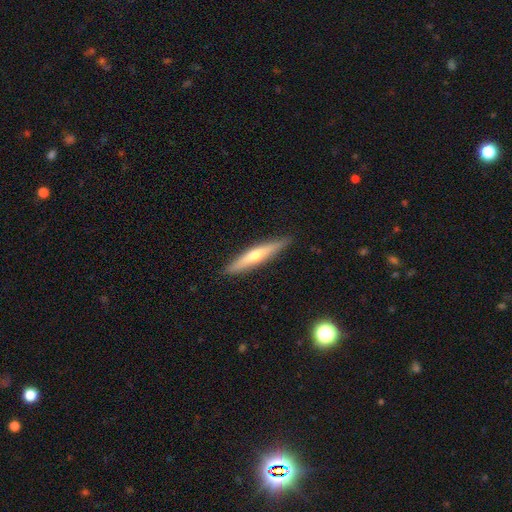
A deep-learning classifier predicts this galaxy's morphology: smooth-or-featured: featured or disk: 53% | smooth: 41% | star or artifact: 6%
  disk-edge-on: yes: 92% | no: 8%
  merging: none: 89% | minor disturbance: 8% | major disturbance: 2% | merger: 1%